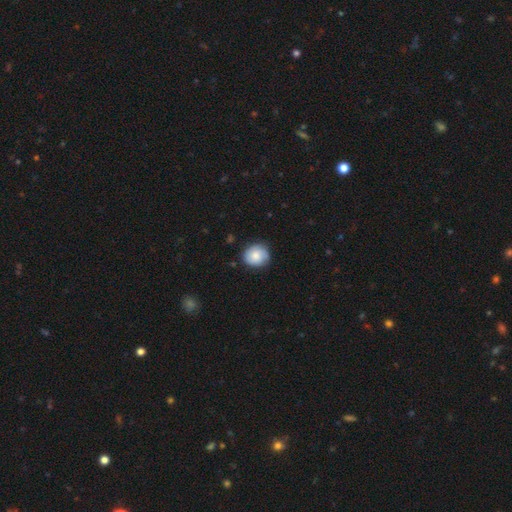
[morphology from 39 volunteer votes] This is likely a smooth galaxy (74%). How rounded: likely round (69%). Merging: likely none (69%).